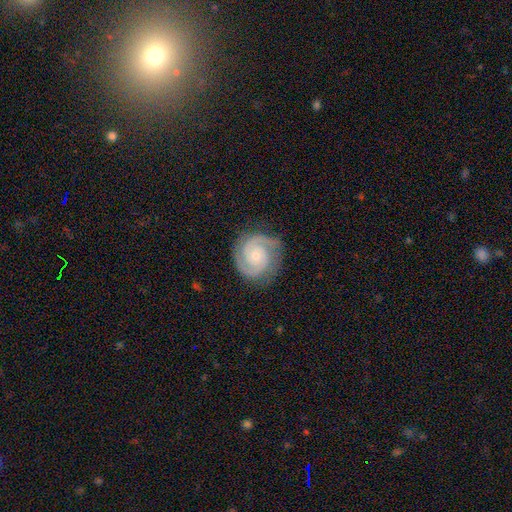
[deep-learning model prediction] This is clearly a featured or disk galaxy (90%). It is clearly not viewed edge-on (98%). Bar: likely no (69%). Spiral arm pattern: clearly yes (98%). Spiral arm count: clearly 2 (89%). Spiral winding: likely tight (63%). Central bulge: likely small (64%). Merging: clearly none (84%).